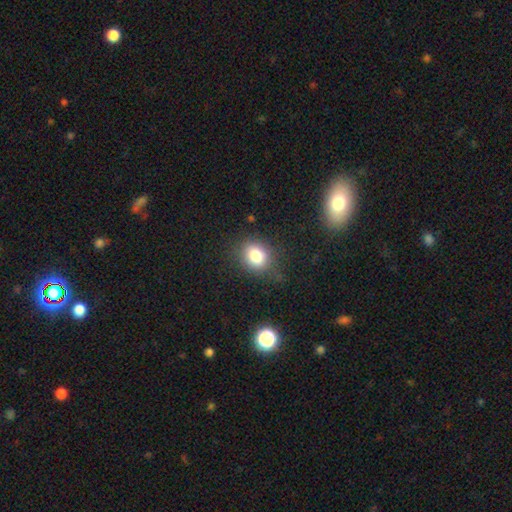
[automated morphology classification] Smooth or featured? smooth (81%)
How rounded? round (58%)
Merging? none (76%)